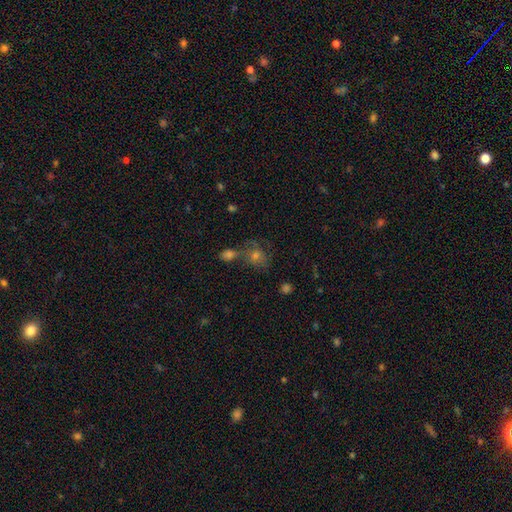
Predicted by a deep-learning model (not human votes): This is possibly a smooth galaxy (49%). Merging: possibly none (46%).